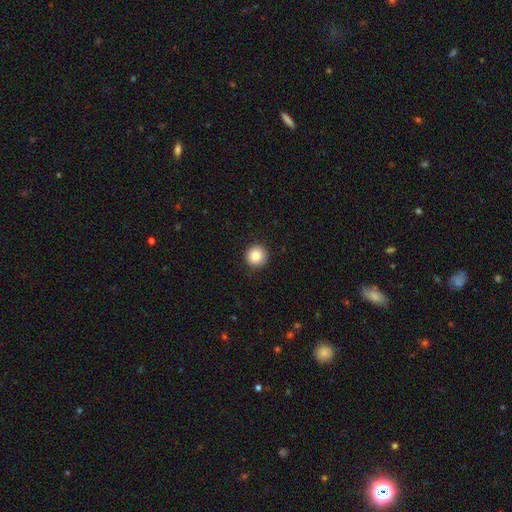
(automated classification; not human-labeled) smooth 86%, star or artifact 9%, featured or disk 5%. Down the decision tree: how rounded — round (95%); merging — none (92%).